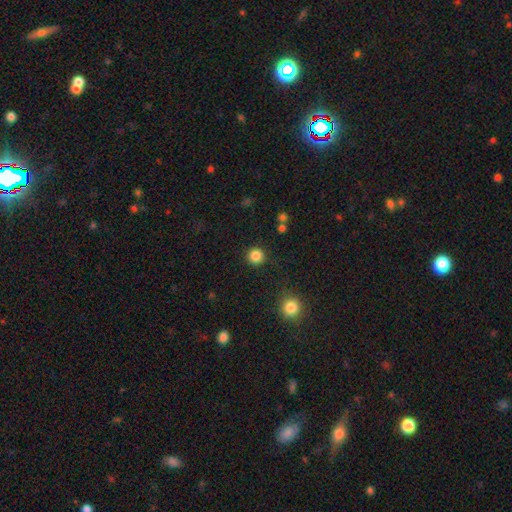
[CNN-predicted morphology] smooth-or-featured: smooth: 85% | star or artifact: 12% | featured or disk: 4%
  how-rounded: round: 95% | in between: 4% | cigar-shaped: 1%
  merging: none: 90% | minor disturbance: 5% | major disturbance: 2% | merger: 2%